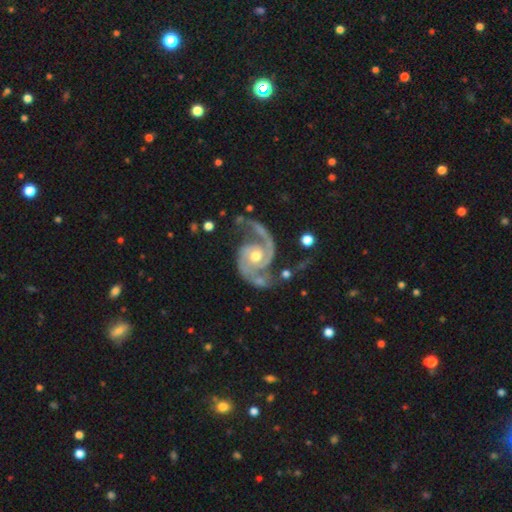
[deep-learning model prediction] Morphology: type=featured or disk (93%); edge-on=no (98%); bar=no (68%); spiral arms=yes (98%); winding=medium (56%); arm count=2 (92%); bulge=moderate (73%); merging=none (63%).